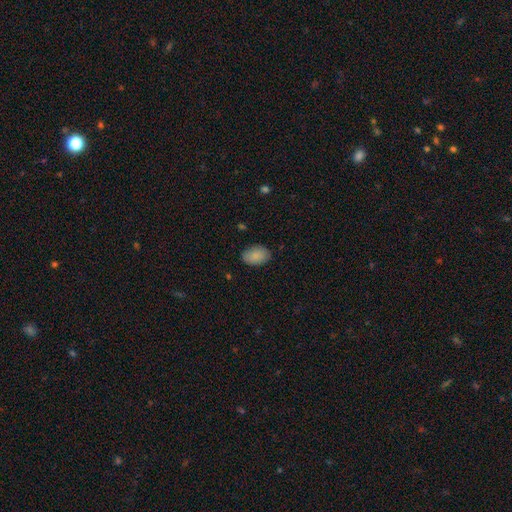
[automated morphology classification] smooth_or_featured: smooth (p=0.88) [alt: star or artifact p=0.07]
how_rounded: in between (p=0.87) [alt: round p=0.12]
merging: none (p=0.85) [alt: minor disturbance p=0.11]